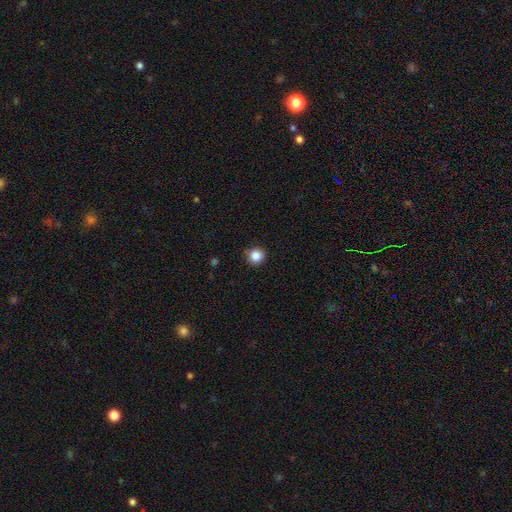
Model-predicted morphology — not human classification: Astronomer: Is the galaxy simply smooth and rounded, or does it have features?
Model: smooth — 86%.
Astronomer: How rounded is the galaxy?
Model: round — 93%.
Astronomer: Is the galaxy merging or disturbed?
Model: none — 87%.